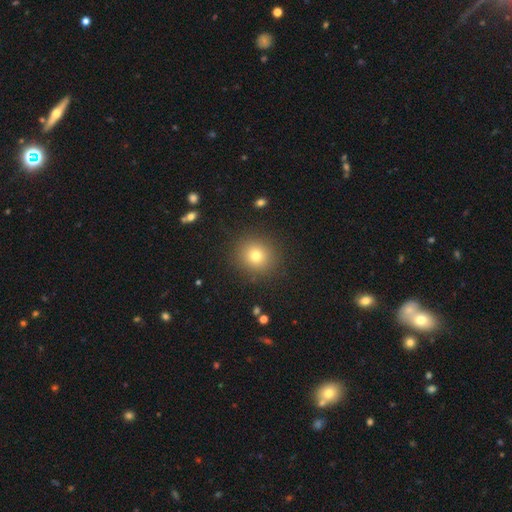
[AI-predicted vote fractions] Smooth or featured? Predicted: smooth (p=0.76). How rounded? Predicted: round (p=0.90). Merging? Predicted: none (p=0.90).